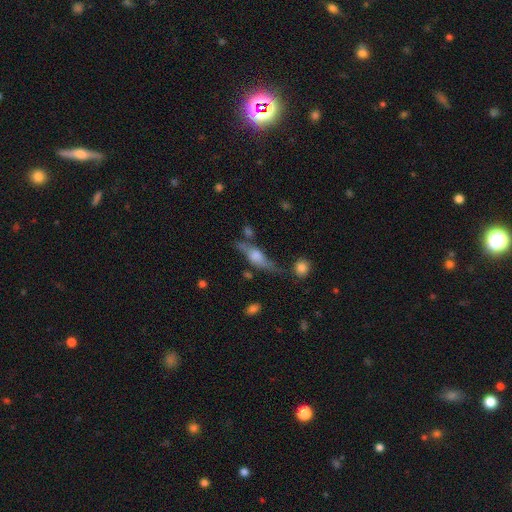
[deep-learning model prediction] Smooth or featured: featured or disk — 61% (smooth — 30%)
Edge-on disk: yes — 82% (no — 18%)
Edge-on bulge: rounded — 82% (boxy — 14%)
Merging: none — 61% (minor disturbance — 22%)